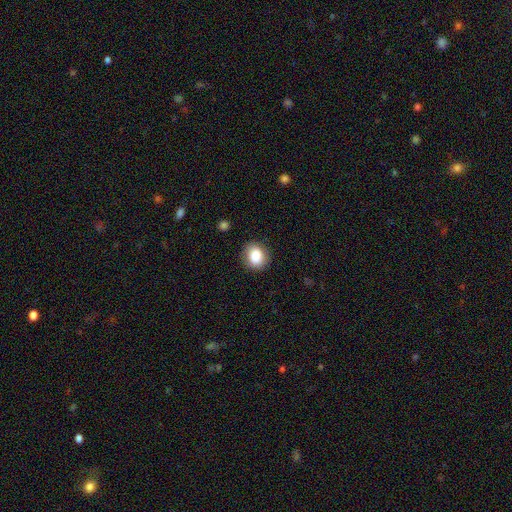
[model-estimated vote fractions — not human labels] The model was most divided on "how rounded": round: 66%, in between: 33%, cigar-shaped: 1%. More confident: merging — none (88%); smooth or featured — smooth (82%).